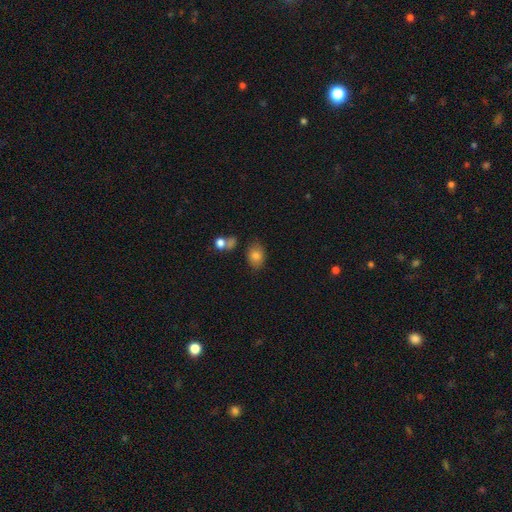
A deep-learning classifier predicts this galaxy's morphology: Smooth or featured: smooth — 79% (featured or disk — 11%)
How rounded: in between — 77% (round — 22%)
Merging: none — 71% (minor disturbance — 17%)